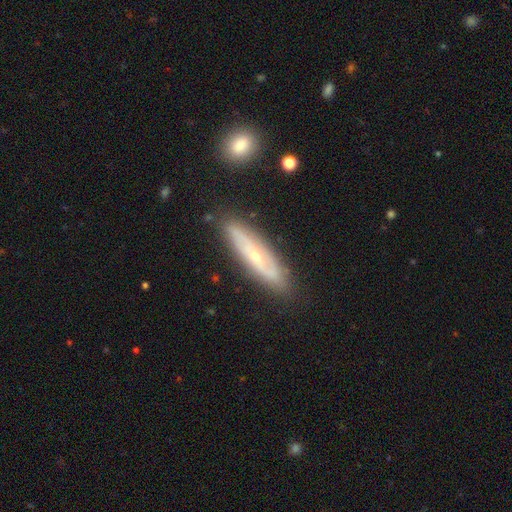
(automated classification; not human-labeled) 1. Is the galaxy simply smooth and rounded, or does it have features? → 65% featured or disk, 29% smooth, 6% star or artifact.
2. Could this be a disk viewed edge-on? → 51% yes, 49% no.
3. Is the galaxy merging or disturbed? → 83% none, 13% minor disturbance, 3% major disturbance, 2% merger.